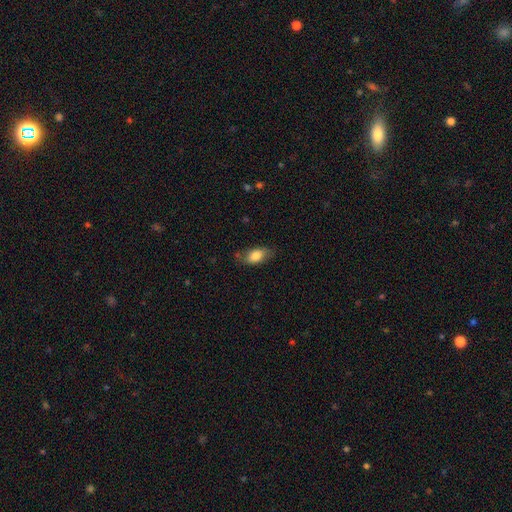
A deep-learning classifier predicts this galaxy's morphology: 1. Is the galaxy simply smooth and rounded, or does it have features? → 81% smooth, 12% featured or disk, 7% star or artifact.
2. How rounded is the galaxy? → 88% in between, 7% cigar-shaped, 5% round.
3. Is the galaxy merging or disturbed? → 72% none, 21% minor disturbance, 5% major disturbance, 2% merger.